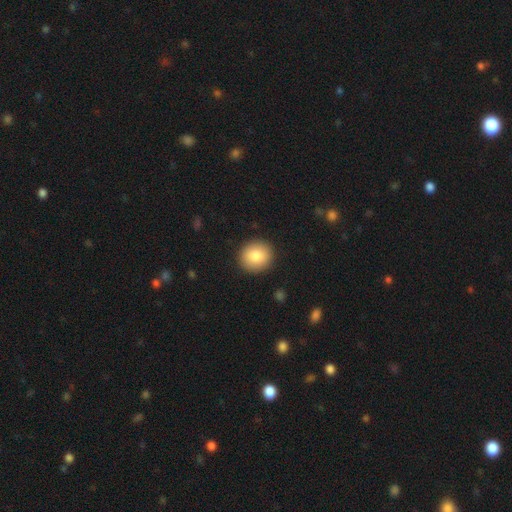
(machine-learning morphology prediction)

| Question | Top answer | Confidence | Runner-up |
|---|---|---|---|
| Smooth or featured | smooth | 85% | featured or disk (8%) |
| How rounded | round | 87% | in between (12%) |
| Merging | none | 91% | minor disturbance (6%) |